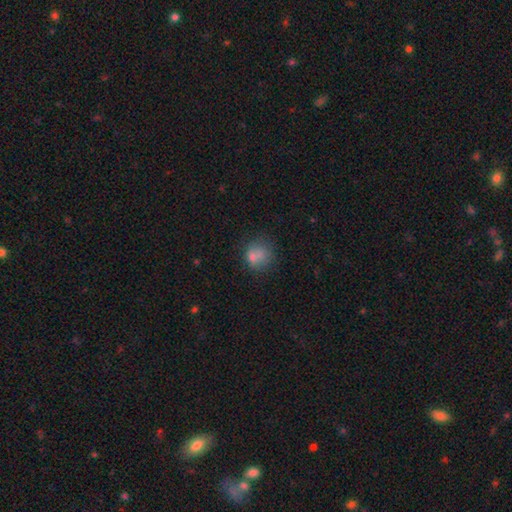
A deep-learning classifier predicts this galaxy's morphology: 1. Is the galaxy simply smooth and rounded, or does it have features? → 72% smooth, 16% featured or disk, 12% star or artifact.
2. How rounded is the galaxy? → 77% round, 22% in between, 1% cigar-shaped.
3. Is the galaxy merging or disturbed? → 50% none, 22% merger, 18% minor disturbance, 10% major disturbance.